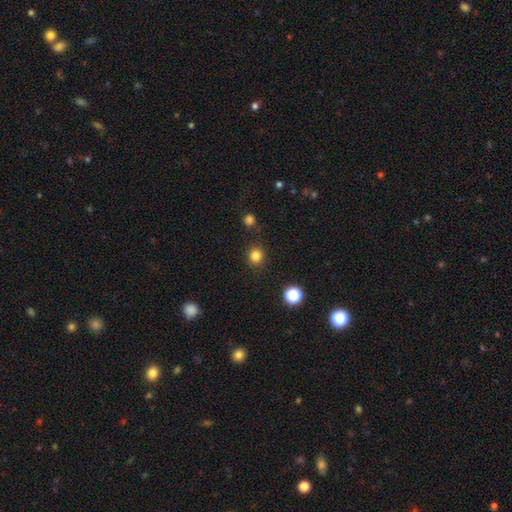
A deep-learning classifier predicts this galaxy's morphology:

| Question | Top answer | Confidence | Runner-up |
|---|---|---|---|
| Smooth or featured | smooth | 83% | star or artifact (13%) |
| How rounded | round | 89% | in between (10%) |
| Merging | none | 87% | minor disturbance (7%) |